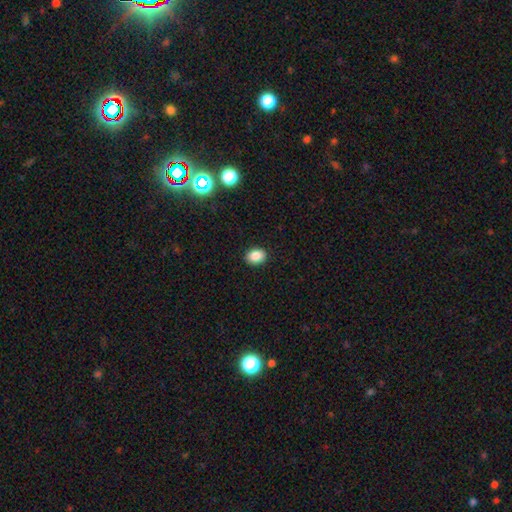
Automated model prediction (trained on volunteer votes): A smooth galaxy with no disk features (86%) that is in between round and cigar-shaped (58%). Merging: none (91%).